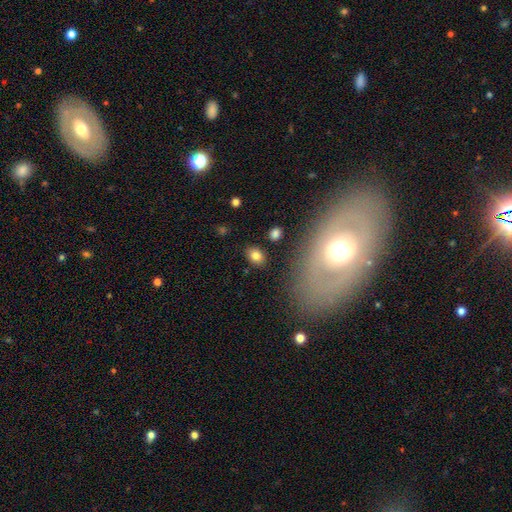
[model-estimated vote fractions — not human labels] Overall: smooth (82%). How rounded: in between (69%). Merging: none (85%).